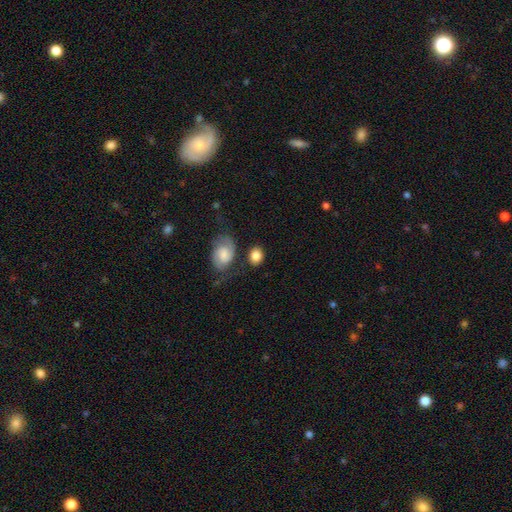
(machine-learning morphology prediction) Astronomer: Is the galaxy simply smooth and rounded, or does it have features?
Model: smooth — 75%.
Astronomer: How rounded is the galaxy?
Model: round — 50% (runner-up: in between, 48%).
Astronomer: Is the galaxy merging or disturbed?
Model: none — 70%.